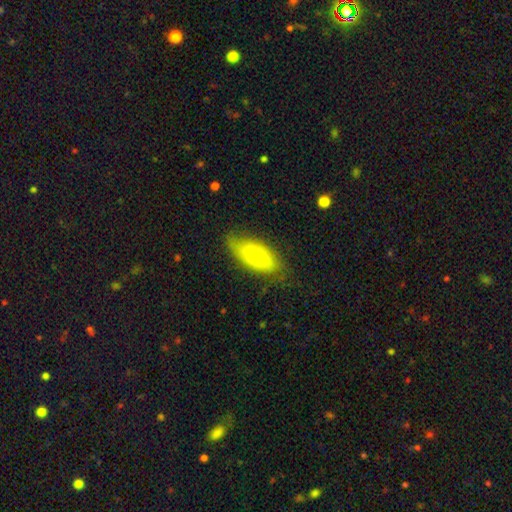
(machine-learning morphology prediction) Smooth or featured? smooth (67%)
How rounded? in between (85%)
Merging? none (68%)